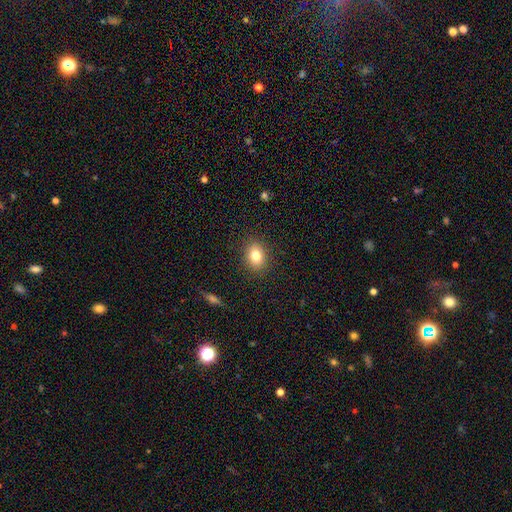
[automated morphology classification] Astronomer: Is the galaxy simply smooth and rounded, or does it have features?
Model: smooth — 80%.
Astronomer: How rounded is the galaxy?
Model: in between — 63%.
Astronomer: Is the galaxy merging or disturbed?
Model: none — 88%.